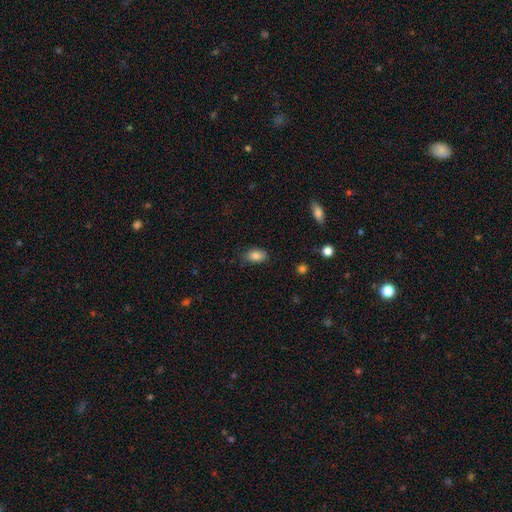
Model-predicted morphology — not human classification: Smooth or featured? smooth (84%)
How rounded? in between (88%)
Merging? none (77%)